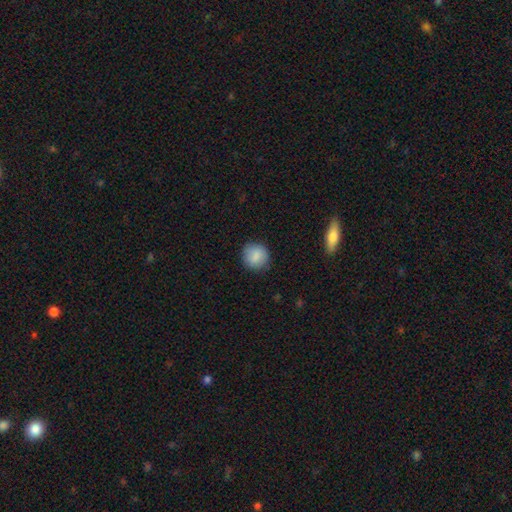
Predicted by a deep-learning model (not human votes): Morphology: type=smooth (86%); roundness=round (90%); merging=none (86%).